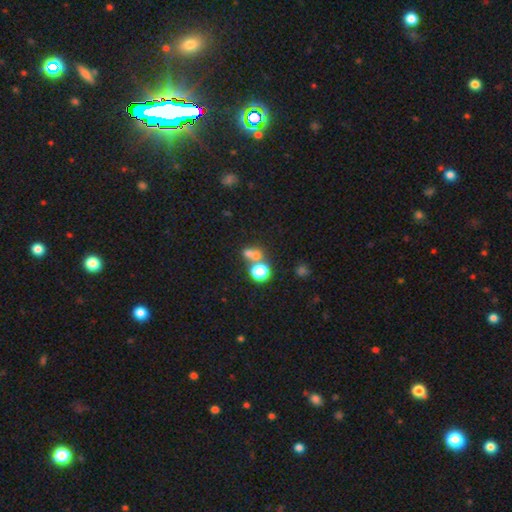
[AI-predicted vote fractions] Smooth or featured? Predicted: smooth (p=0.62). How rounded? Predicted: round (p=0.66). Merging? Predicted: merger (p=0.48).